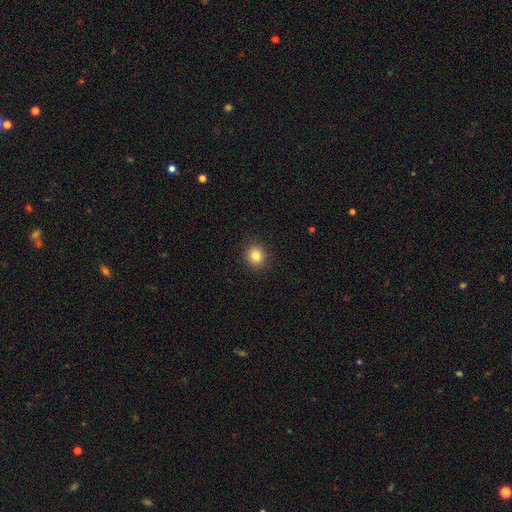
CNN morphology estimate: smooth 82%, star or artifact 11%, featured or disk 6%. Down the decision tree: how rounded — round (87%); merging — none (92%).